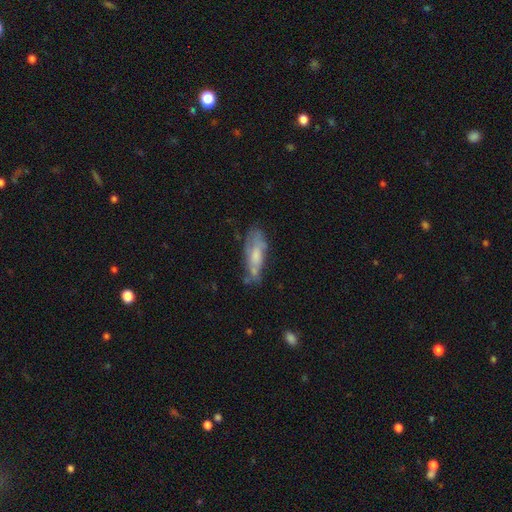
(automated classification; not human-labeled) smooth 46% (tied), featured or disk 46% (tied), star or artifact 8%. Down the decision tree: merging — none (48%).